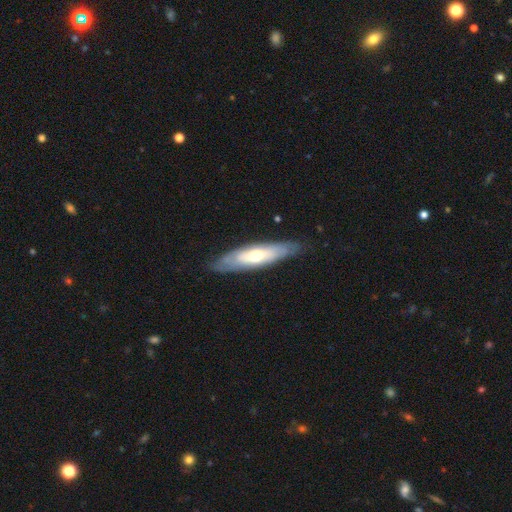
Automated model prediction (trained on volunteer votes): A featured or disk galaxy (53%).

Vote fractions:
- Smooth or featured? featured or disk: 53% / smooth: 42% / star or artifact: 5%
- Edge-on disk? no: 51% / yes: 49%
- Merging? none: 80% / minor disturbance: 16% / major disturbance: 4% / merger: 1%